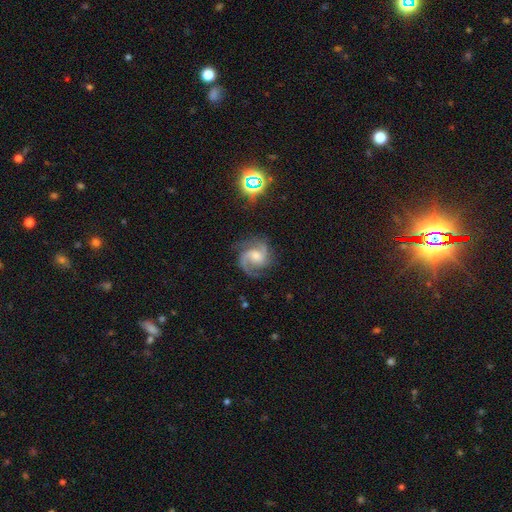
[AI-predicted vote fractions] Smooth or featured?
  - featured or disk: 89% *
  - star or artifact: 6%
  - smooth: 5%
Edge-on disk?
  - no: 98% *
  - yes: 2%
Bar?
  - no: 49% *
  - weak: 41%
  - strong: 10%
Spiral arms?
  - yes: 98% *
  - no: 2%
Spiral winding?
  - medium: 59% *
  - tight: 27%
  - loose: 15%
Spiral arm count?
  - 2: 72% *
  - 3: 15%
  - can't tell: 4%
  - 1: 3%
  - 4: 2%
  - more than 4: 2%
Bulge size?
  - small: 44% * (tied)
  - moderate: 44% * (tied)
  - none: 6%
  - large: 4%
  - dominant: 1%
Merging?
  - none: 76% *
  - minor disturbance: 15%
  - major disturbance: 7%
  - merger: 1%